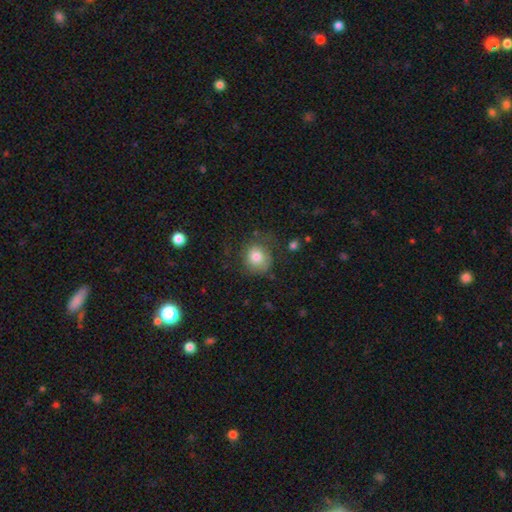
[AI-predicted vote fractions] A smooth galaxy with no disk features (76%) that is round (78%). Merging: none (60%).